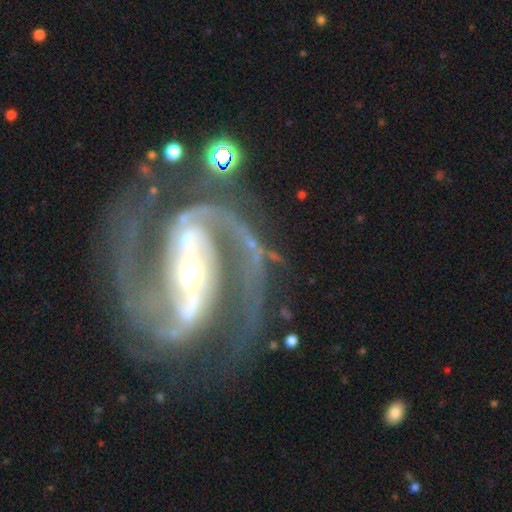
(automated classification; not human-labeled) Smooth or featured?
  - featured or disk: 88% *
  - star or artifact: 6%
  - smooth: 6%
Edge-on disk?
  - no: 96% *
  - yes: 4%
Bar?
  - strong: 67% *
  - weak: 21%
  - no: 13%
Spiral arms?
  - yes: 94% *
  - no: 6%
Spiral winding?
  - medium: 49% *
  - loose: 30%
  - tight: 21%
Spiral arm count?
  - 2: 84% *
  - can't tell: 4%
  - 1: 4%
  - 3: 3%
  - 4: 2%
  - more than 4: 2%
Bulge size?
  - moderate: 53% *
  - small: 38%
  - large: 6%
  - dominant: 2%
  - none: 2%
Merging?
  - none: 52% *
  - major disturbance: 23%
  - minor disturbance: 15%
  - merger: 10%